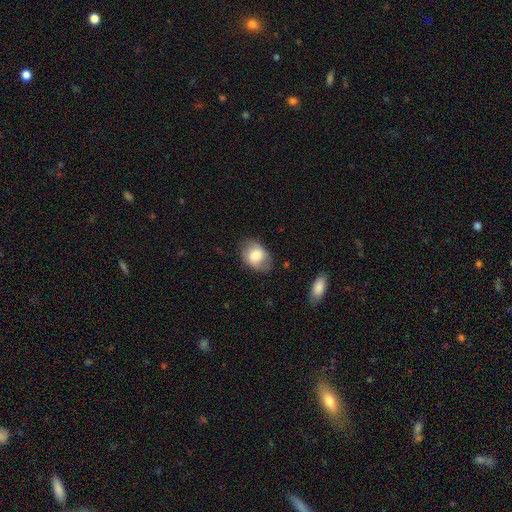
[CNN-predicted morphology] smooth 75%, featured or disk 18%, star or artifact 7%. Down the decision tree: how rounded — in between (77%); merging — none (74%).